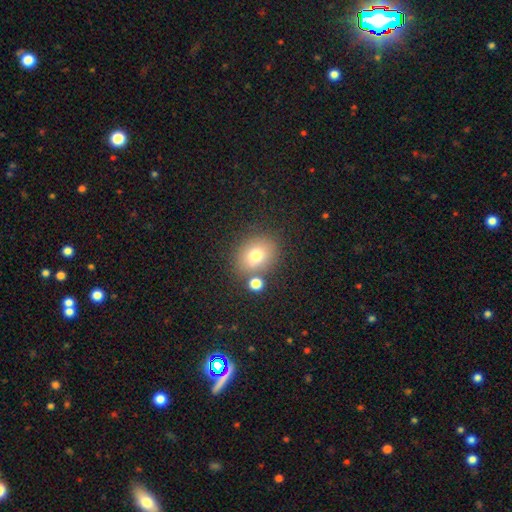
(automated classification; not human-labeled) The model was most divided on "how rounded": round: 61%, in between: 38%, cigar-shaped: 1%. More confident: smooth or featured — smooth (74%); merging — none (71%).